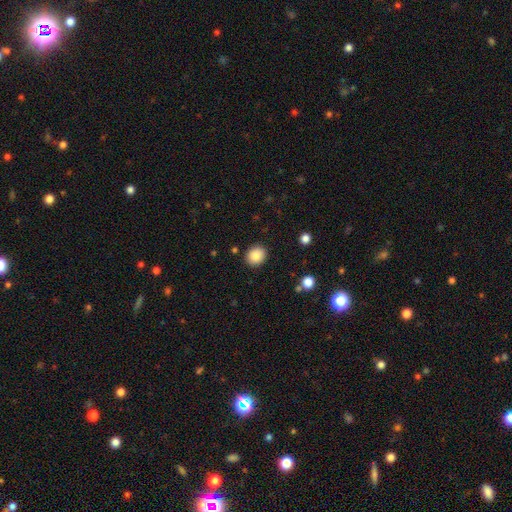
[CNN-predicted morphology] Smooth or featured? smooth (86%)
How rounded? round (72%)
Merging? none (90%)